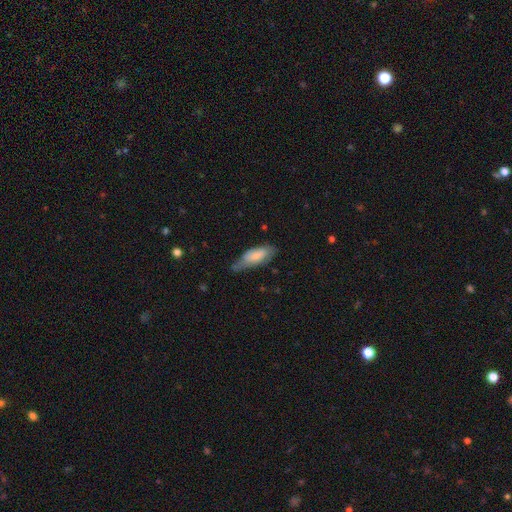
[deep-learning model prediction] This appears to be a smooth galaxy with no disk features (67%) that is in between round and cigar-shaped (71%). Merging: none (47%).